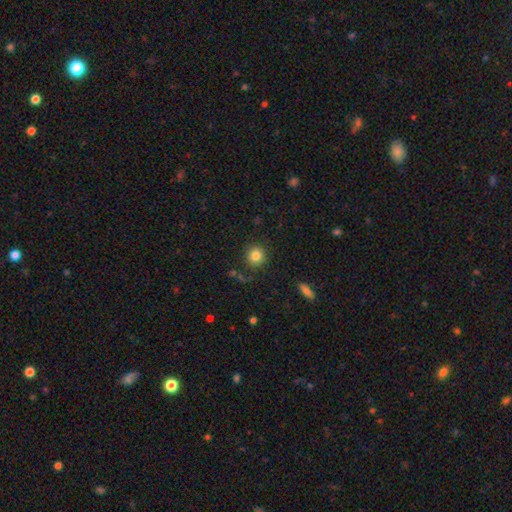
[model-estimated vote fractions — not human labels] Smooth or featured? Predicted: smooth (p=0.83). How rounded? Predicted: round (p=0.92). Merging? Predicted: none (p=0.86).